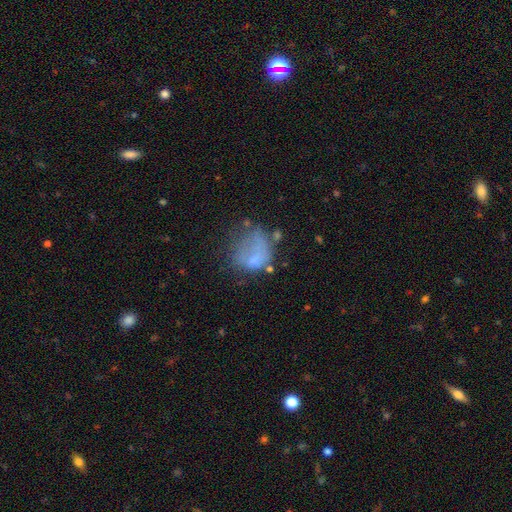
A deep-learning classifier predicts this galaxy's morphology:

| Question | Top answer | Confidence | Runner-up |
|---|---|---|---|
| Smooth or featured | smooth | 54% | featured or disk (32%) |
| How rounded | round | 55% | in between (44%) |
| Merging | major disturbance | 40% | none (28%) |